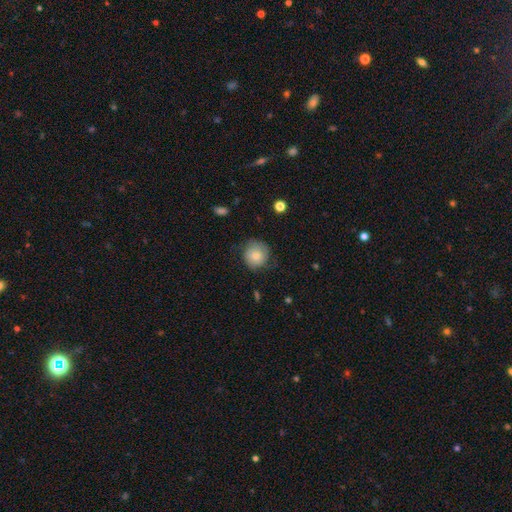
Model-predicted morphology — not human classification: The model was most divided on "merging": none: 69%, minor disturbance: 23%, major disturbance: 7%, merger: 1%. More confident: how rounded — round (90%); smooth or featured — smooth (73%).